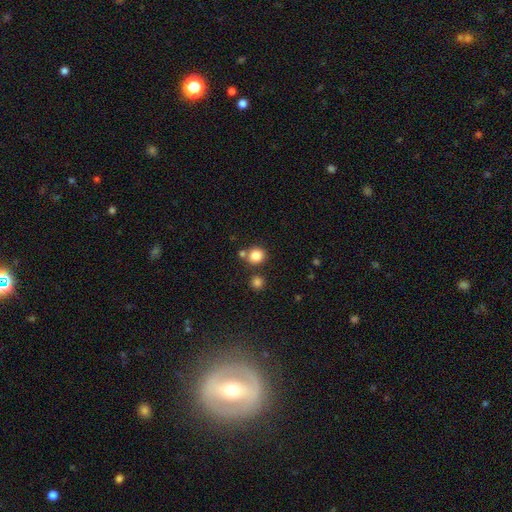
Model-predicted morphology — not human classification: This appears to be a smooth galaxy with no disk features (84%) that is round (84%). Merging: none (71%).